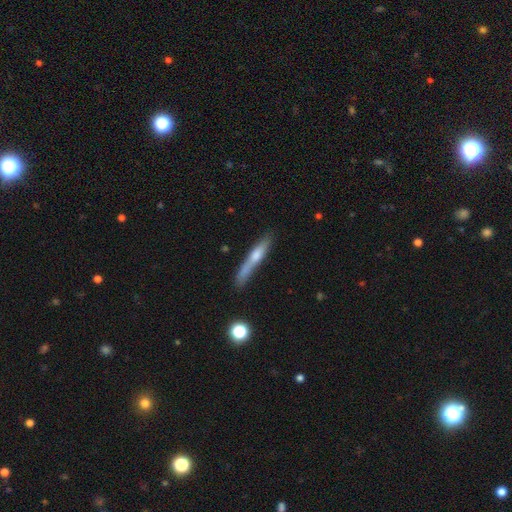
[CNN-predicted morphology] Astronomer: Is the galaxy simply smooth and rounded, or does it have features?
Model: smooth — 51% (runner-up: featured or disk, 42%).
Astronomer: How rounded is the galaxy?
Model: cigar-shaped — 92%.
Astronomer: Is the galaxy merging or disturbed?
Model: none — 64%.